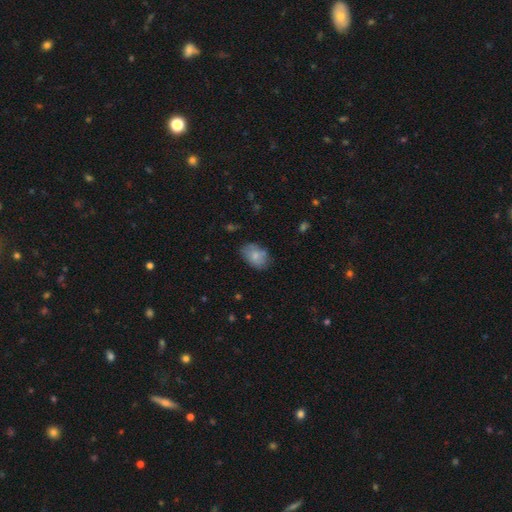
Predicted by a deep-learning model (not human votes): Overall: smooth (78%). How rounded: in between (83%). Merging: none (69%).